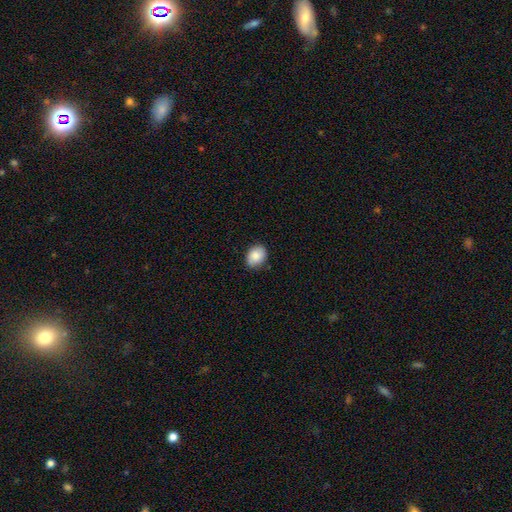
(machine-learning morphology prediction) This is clearly a smooth galaxy (85%). How rounded: possibly in between (56%). Merging: clearly none (82%).